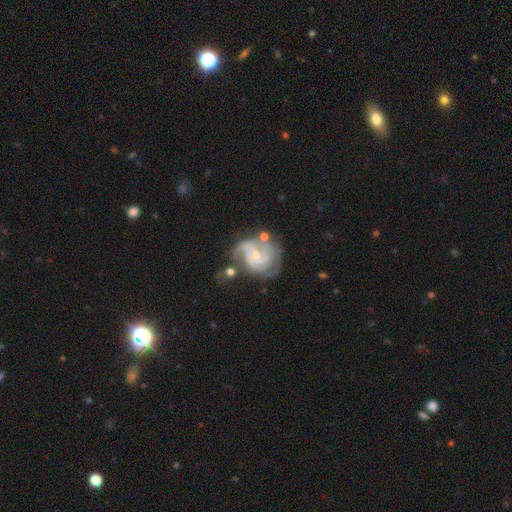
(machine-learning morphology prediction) type=featured or disk (84%); edge-on=no (98%); bar=no (57%); spiral arms=yes (94%); winding=tight (50%); arm count=3 (31%); bulge=small (68%); merging=none (47%).